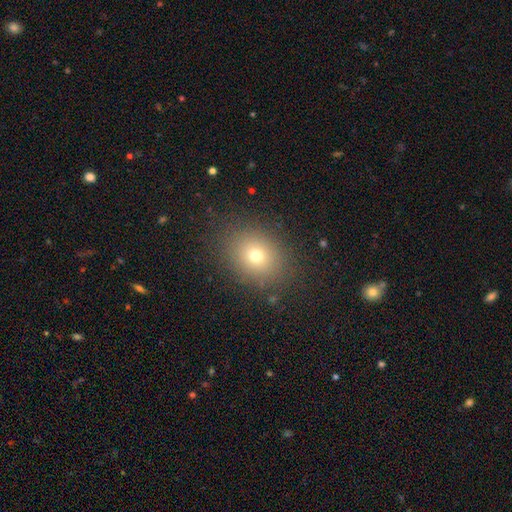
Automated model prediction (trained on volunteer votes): The model was most divided on "how rounded": round: 55%, in between: 44%, cigar-shaped: 1%. More confident: merging — none (85%); smooth or featured — smooth (70%).